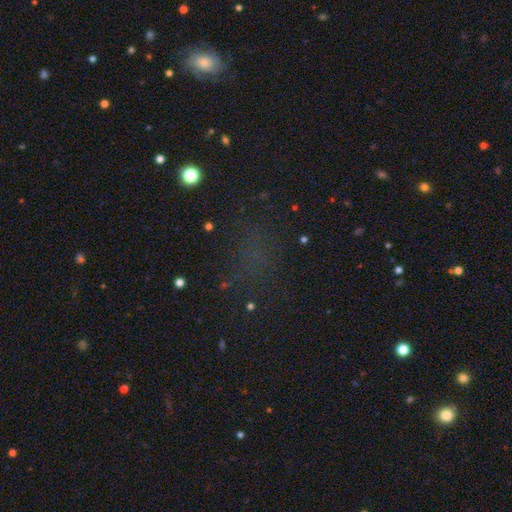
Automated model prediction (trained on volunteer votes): A star or artifact, not a galaxy (48%).